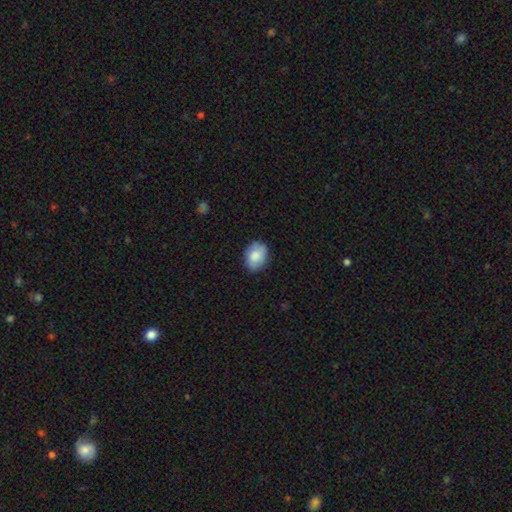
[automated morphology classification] This is clearly a smooth galaxy (83%). How rounded: likely in between (66%). Merging: clearly none (84%).